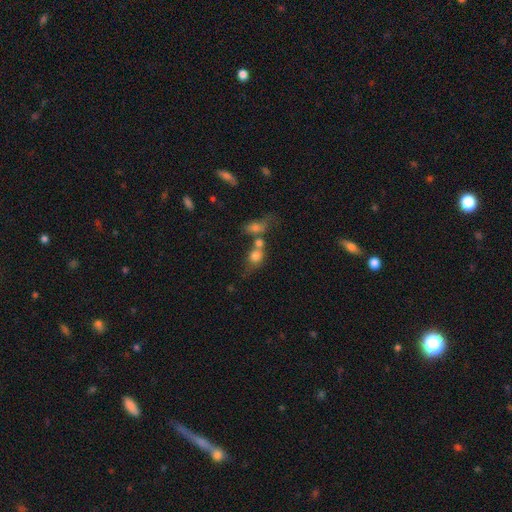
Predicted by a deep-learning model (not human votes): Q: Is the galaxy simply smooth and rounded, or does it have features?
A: smooth — 75%.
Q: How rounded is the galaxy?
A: round — 57%.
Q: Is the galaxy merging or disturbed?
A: merger — 50%.